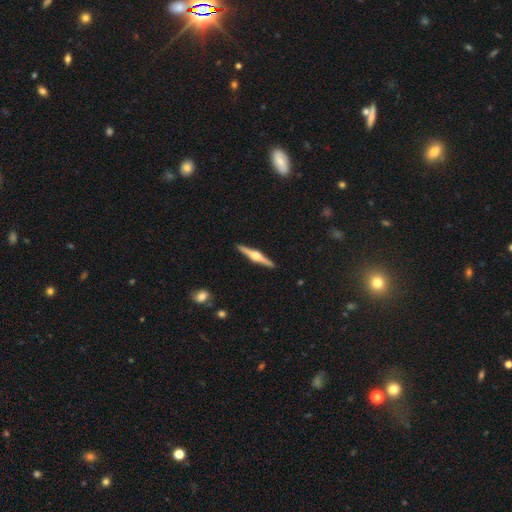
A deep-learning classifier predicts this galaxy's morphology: Overall: featured or disk (81%). Edge-on disk: yes (98%). Edge-on bulge: rounded (93%). Merging: none (92%).